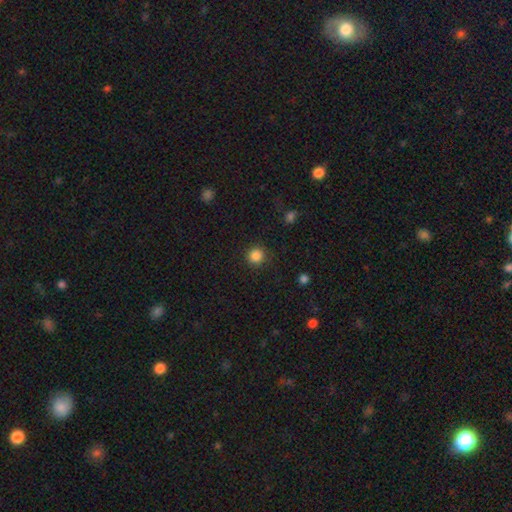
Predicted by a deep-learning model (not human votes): Morphology: type=smooth (85%); roundness=round (94%); merging=none (90%).